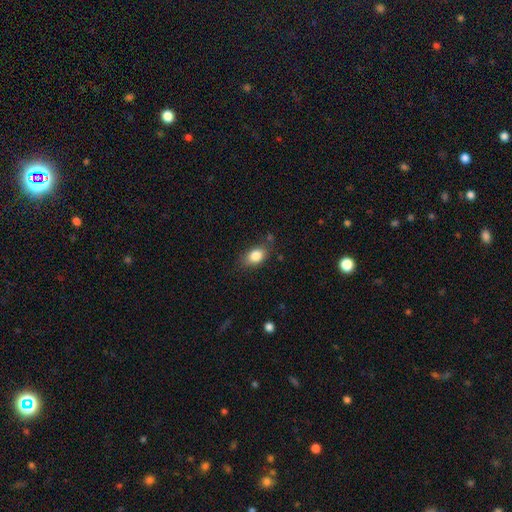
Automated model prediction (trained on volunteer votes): Overall: smooth (84%). How rounded: in between (80%). Merging: none (76%).